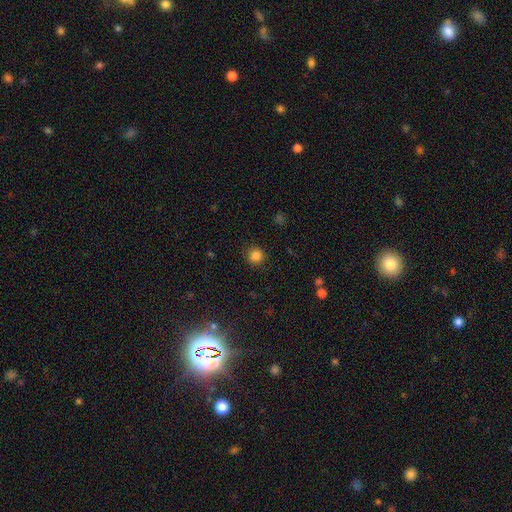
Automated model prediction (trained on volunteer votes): The model was most divided on "smooth or featured": smooth: 84%, star or artifact: 13%, featured or disk: 3%. More confident: how rounded — round (92%); merging — none (87%).